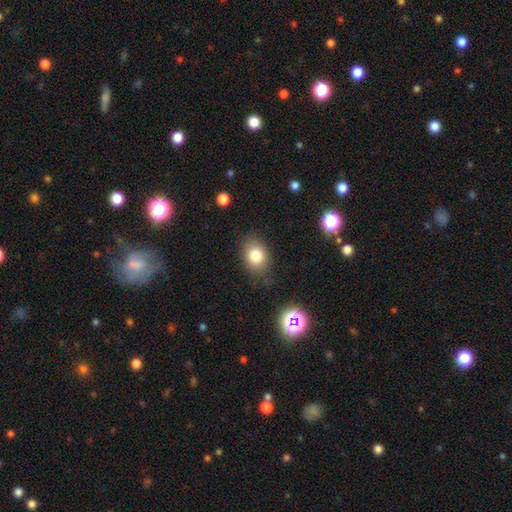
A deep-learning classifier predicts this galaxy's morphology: smooth_or_featured: smooth (p=0.80) [alt: featured or disk p=0.10]
how_rounded: in between (p=0.70) [alt: round p=0.29]
merging: none (p=0.77) [alt: minor disturbance p=0.16]